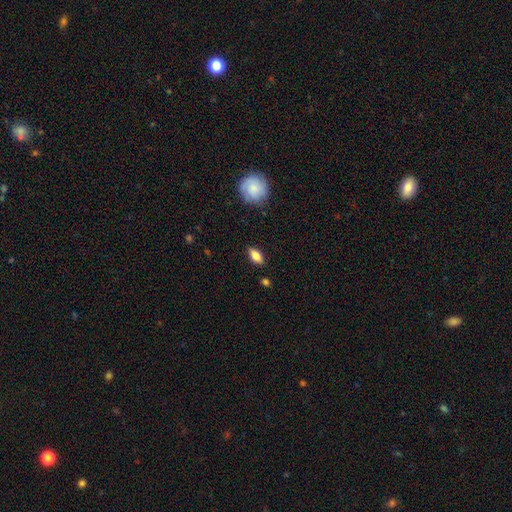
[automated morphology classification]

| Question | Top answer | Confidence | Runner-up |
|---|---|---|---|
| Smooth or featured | smooth | 78% | featured or disk (14%) |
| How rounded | in between | 85% | cigar-shaped (9%) |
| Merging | none | 86% | minor disturbance (11%) |